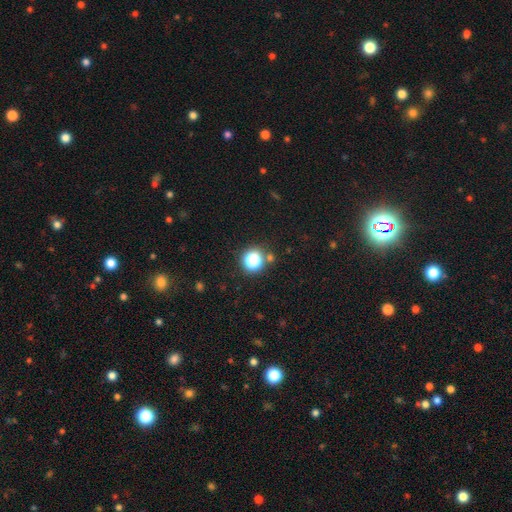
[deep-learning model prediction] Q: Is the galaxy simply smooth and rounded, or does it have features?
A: smooth — 67%.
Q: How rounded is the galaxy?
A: round — 90%.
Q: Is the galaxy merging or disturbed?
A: none — 80%.